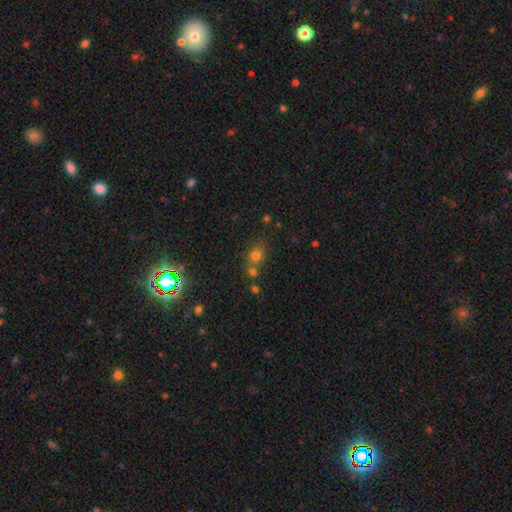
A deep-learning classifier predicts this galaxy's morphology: Smooth or featured: smooth — 71% (star or artifact — 19%)
How rounded: round — 70% (in between — 29%)
Merging: none — 56% (merger — 28%)